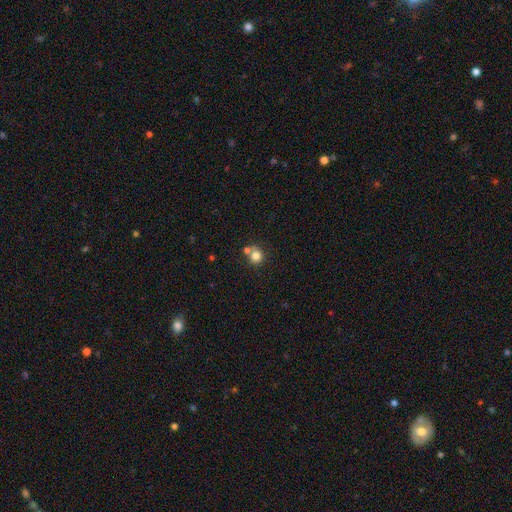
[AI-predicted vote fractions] smooth-or-featured: smooth: 79% | star or artifact: 12% | featured or disk: 10%
  how-rounded: round: 88% | in between: 11% | cigar-shaped: 1%
  merging: none: 54% | merger: 33% | minor disturbance: 9% | major disturbance: 4%